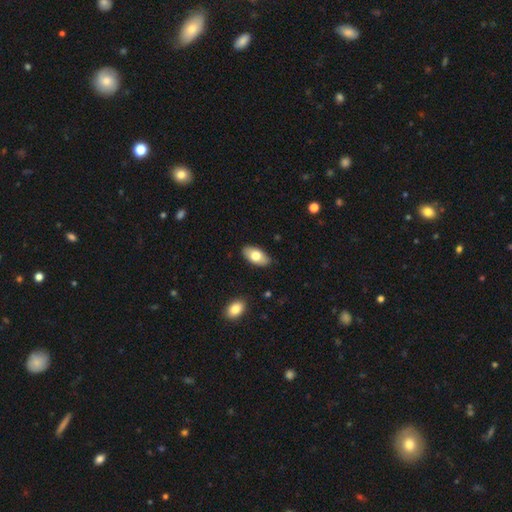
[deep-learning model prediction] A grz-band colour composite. It shows a smooth galaxy with no disk features (74%) that is in between round and cigar-shaped (93%). Merging: none (85%).